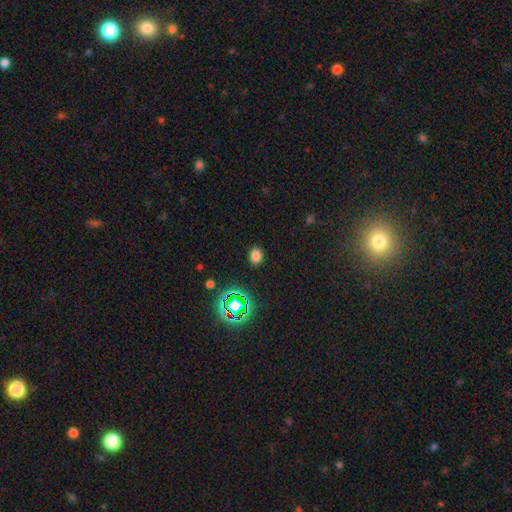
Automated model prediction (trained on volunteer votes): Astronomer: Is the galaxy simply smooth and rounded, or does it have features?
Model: smooth — 75%.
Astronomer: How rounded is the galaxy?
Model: round — 51% (runner-up: in between, 48%).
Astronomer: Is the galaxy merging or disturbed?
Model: none — 89%.